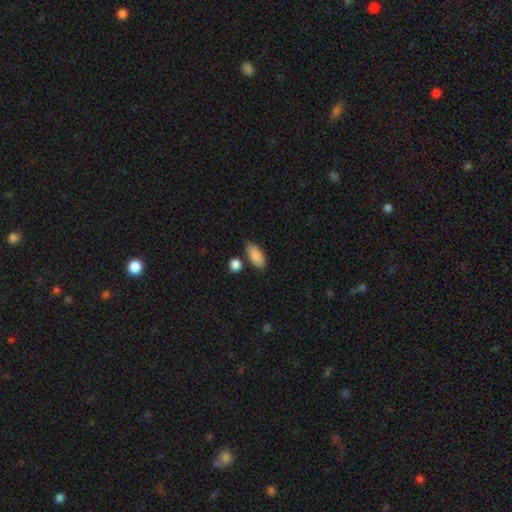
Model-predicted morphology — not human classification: smooth-or-featured: smooth: 88% | star or artifact: 6% | featured or disk: 5%
  how-rounded: in between: 89% | cigar-shaped: 8% | round: 3%
  merging: none: 73% | minor disturbance: 15% | merger: 8% | major disturbance: 3%